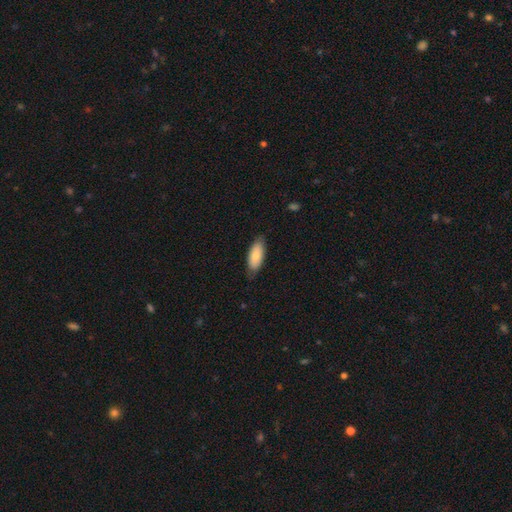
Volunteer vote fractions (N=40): Q: Smooth or featured?
A: smooth (82%); runner-up: featured or disk (15%)
Q: How rounded?
A: in between (82%); runner-up: cigar-shaped (18%)
Q: Merging?
A: none (77%); runner-up: minor disturbance (23%)